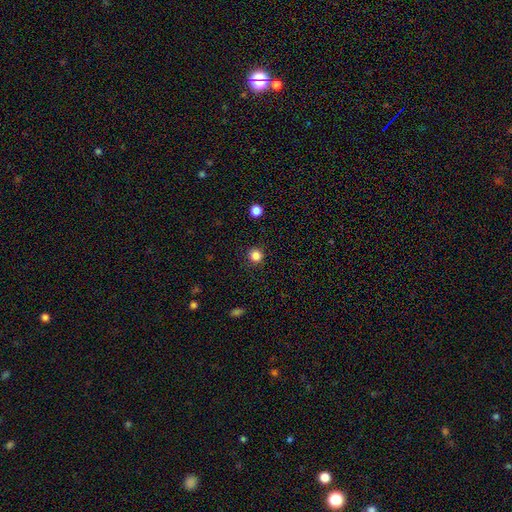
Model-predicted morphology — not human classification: The model was most divided on "smooth or featured": smooth: 85%, star or artifact: 12%, featured or disk: 3%. More confident: how rounded — round (94%); merging — none (91%).